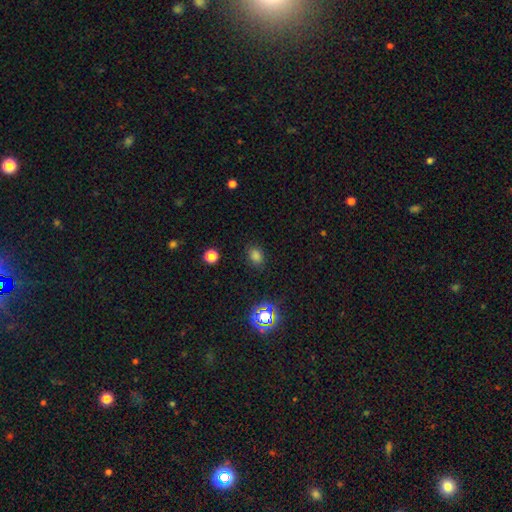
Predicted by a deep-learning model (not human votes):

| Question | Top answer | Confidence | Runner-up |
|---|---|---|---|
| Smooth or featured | smooth | 76% | star or artifact (20%) |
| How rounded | in between | 66% | round (33%) |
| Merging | none | 85% | minor disturbance (10%) |